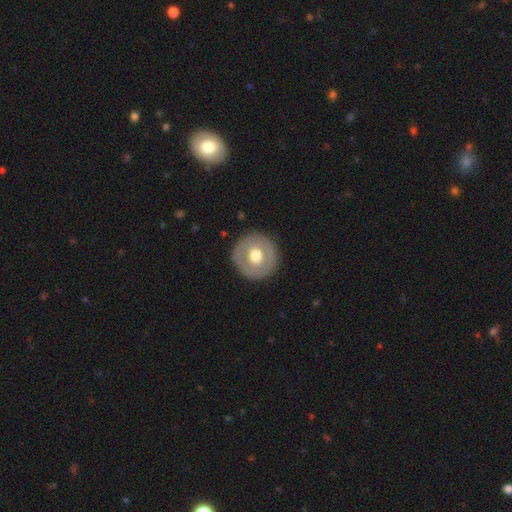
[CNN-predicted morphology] This is possibly a smooth galaxy (55%). How rounded: clearly round (95%). Merging: clearly none (88%).